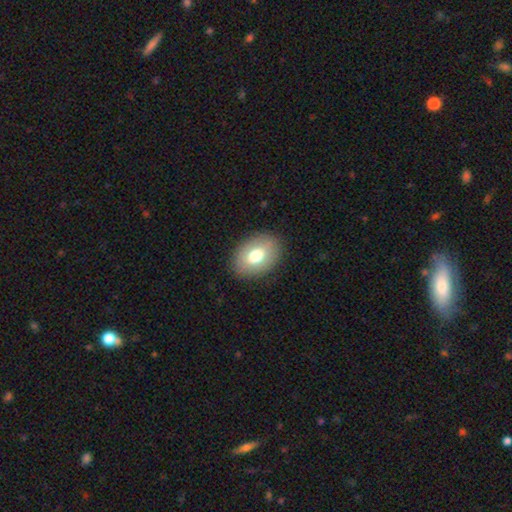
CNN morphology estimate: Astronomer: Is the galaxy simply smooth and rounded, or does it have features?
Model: smooth — 72%.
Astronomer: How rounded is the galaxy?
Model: in between — 76%.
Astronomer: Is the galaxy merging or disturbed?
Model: none — 87%.